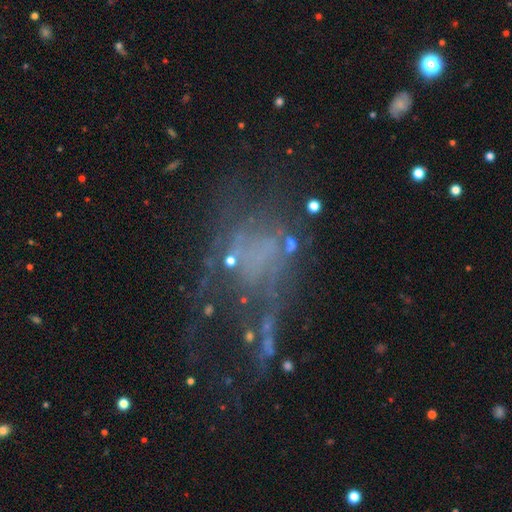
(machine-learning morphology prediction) Smooth or featured?
  - featured or disk: 51% *
  - star or artifact: 29%
  - smooth: 20%
Edge-on disk?
  - no: 95% *
  - yes: 5%
Merging?
  - major disturbance: 46% *
  - none: 30%
  - minor disturbance: 15%
  - merger: 9%